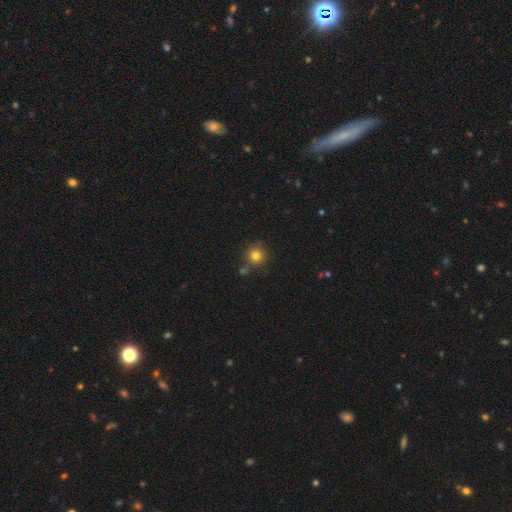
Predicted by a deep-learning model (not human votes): Morphology: type=smooth (81%); roundness=round (93%); merging=none (78%).